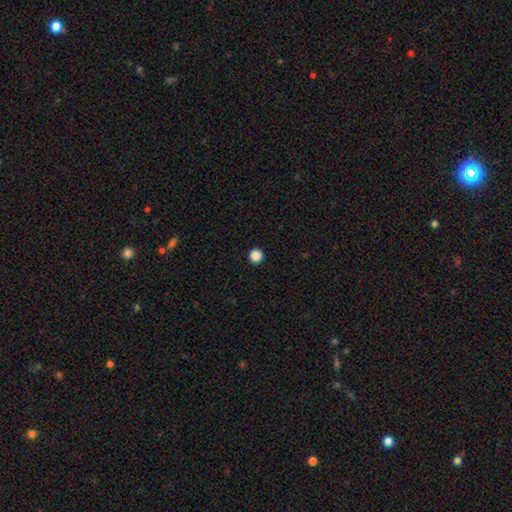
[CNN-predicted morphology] Smooth or featured? Predicted: smooth (p=0.88). How rounded? Predicted: round (p=0.97). Merging? Predicted: none (p=0.94).